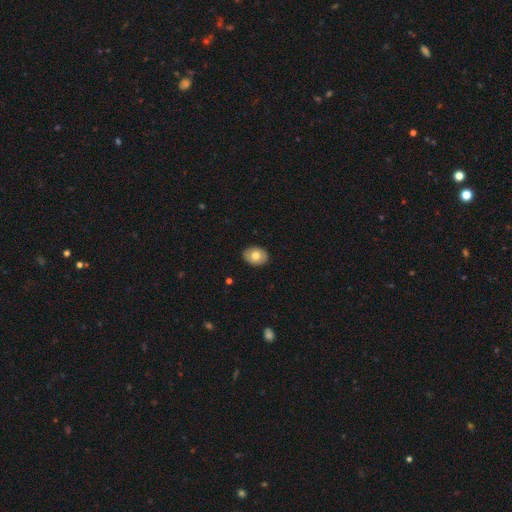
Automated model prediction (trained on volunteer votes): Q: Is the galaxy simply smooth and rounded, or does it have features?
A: smooth — 72%.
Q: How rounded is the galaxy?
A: in between — 70%.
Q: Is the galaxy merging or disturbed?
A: none — 87%.